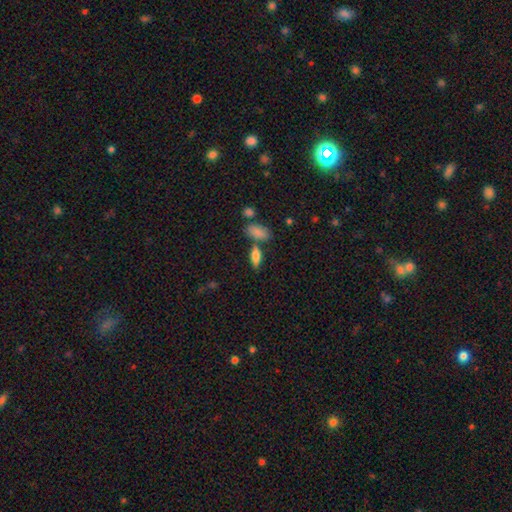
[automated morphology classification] Smooth or featured? Predicted: smooth (p=0.73). How rounded? Predicted: in between (p=0.71). Merging? Predicted: none (p=0.65).